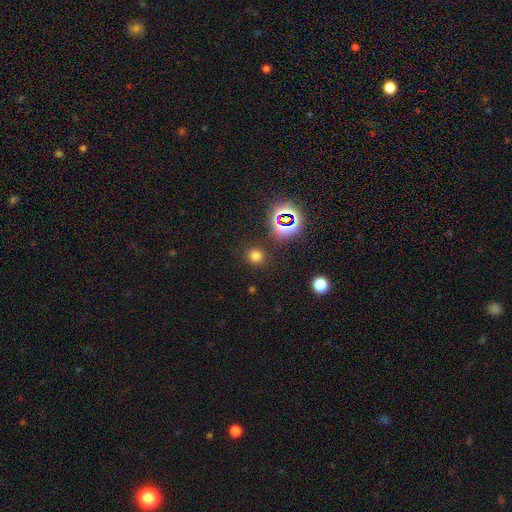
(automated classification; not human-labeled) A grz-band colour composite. It shows a smooth galaxy with no disk features (71%) that is round (88%). Merging: none (88%).